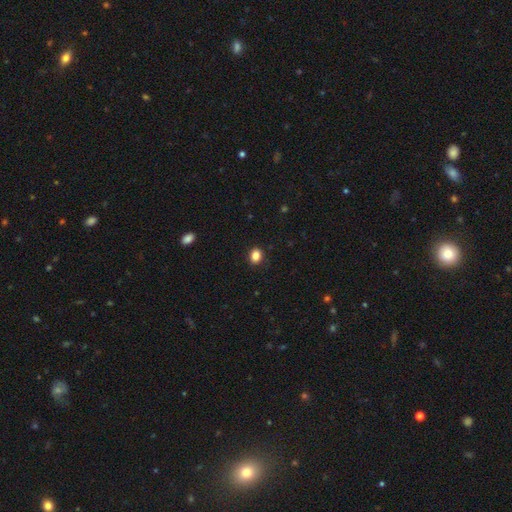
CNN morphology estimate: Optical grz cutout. It shows a smooth galaxy with no disk features (86%) that is in between round and cigar-shaped (55%). Merging: none (89%).